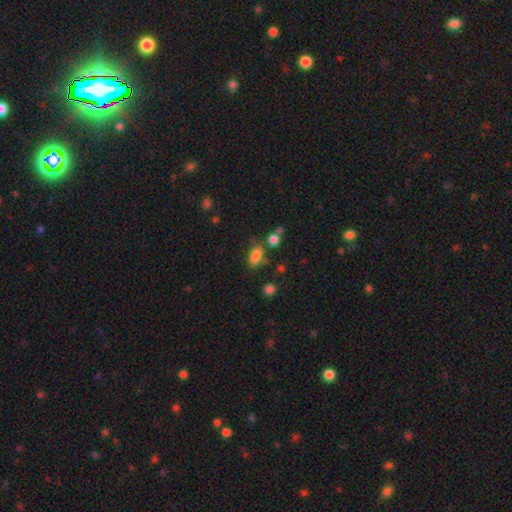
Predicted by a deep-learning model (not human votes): Smooth or featured? Predicted: smooth (p=0.82). How rounded? Predicted: in between (p=0.87). Merging? Predicted: none (p=0.65).